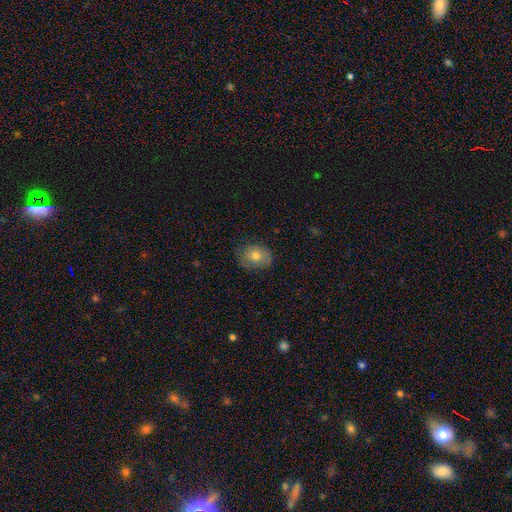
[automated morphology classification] smooth_or_featured: smooth (p=0.76) [alt: featured or disk p=0.15]
how_rounded: round (p=0.53) [alt: in between p=0.46]
merging: none (p=0.78) [alt: minor disturbance p=0.17]